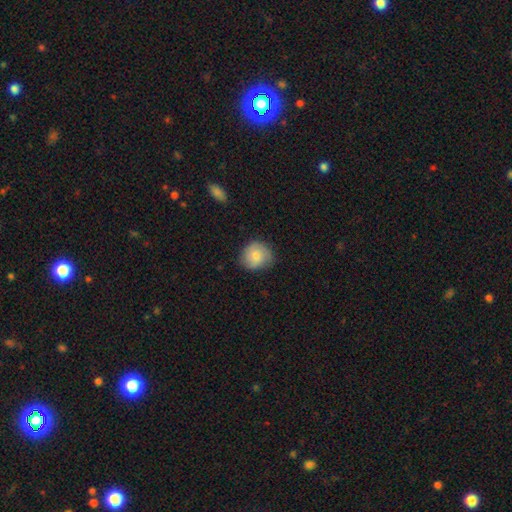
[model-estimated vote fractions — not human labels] Overall: smooth (75%). How rounded: round (84%). Merging: none (71%).